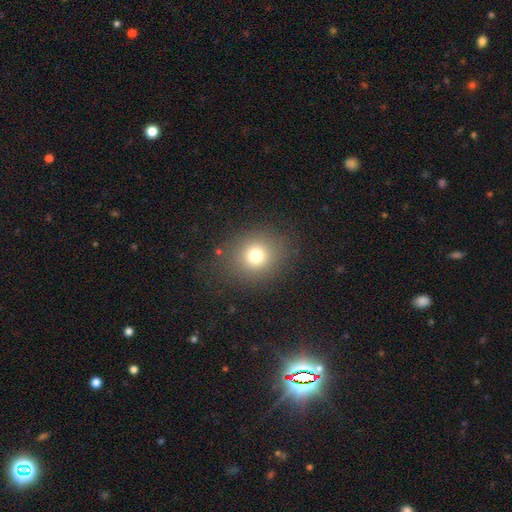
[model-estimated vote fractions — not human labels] Smooth or featured: smooth — 74% (star or artifact — 15%)
How rounded: round — 80% (in between — 19%)
Merging: none — 84% (minor disturbance — 9%)